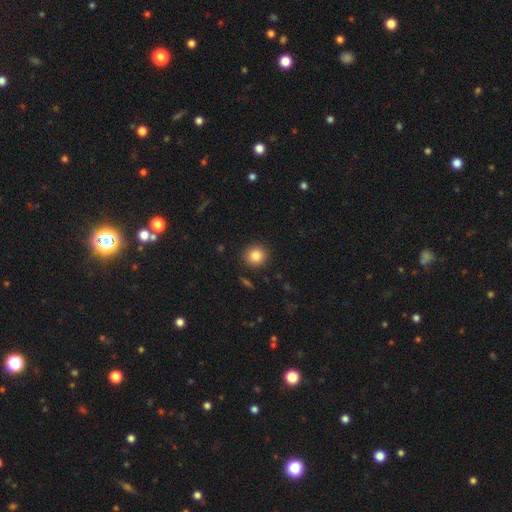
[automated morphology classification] This is clearly a smooth galaxy (84%). How rounded: clearly round (91%). Merging: clearly none (91%).